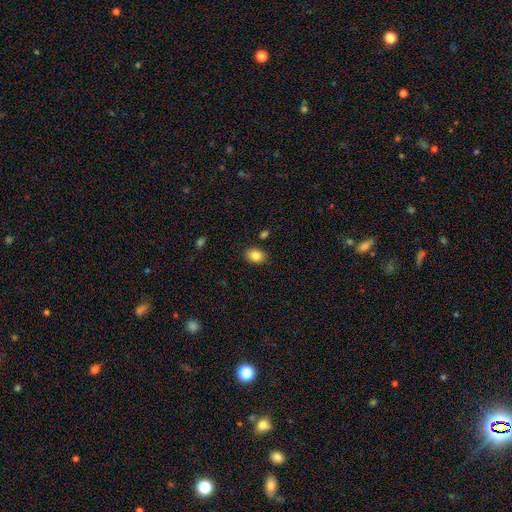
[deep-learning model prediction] Morphology: type=smooth (84%); roundness=in between (66%); merging=none (86%).